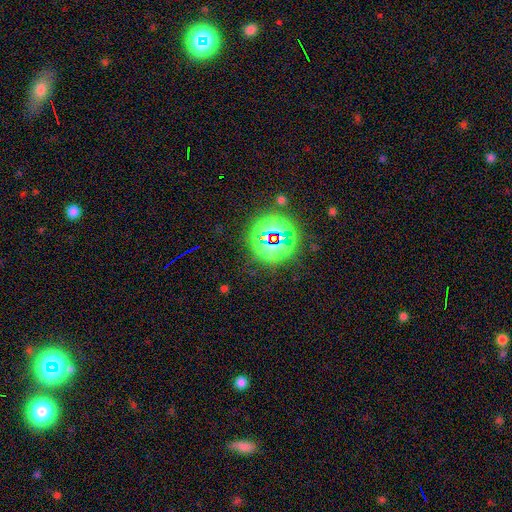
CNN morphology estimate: smooth-or-featured: star or artifact: 81% | smooth: 13% | featured or disk: 7%